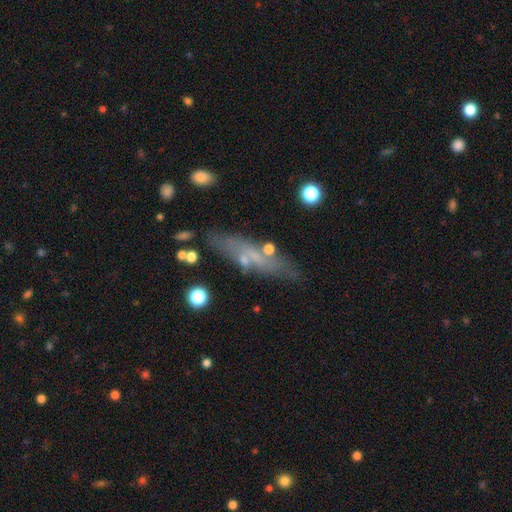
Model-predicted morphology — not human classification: This is possibly a smooth galaxy (46%). Merging: likely none (67%).